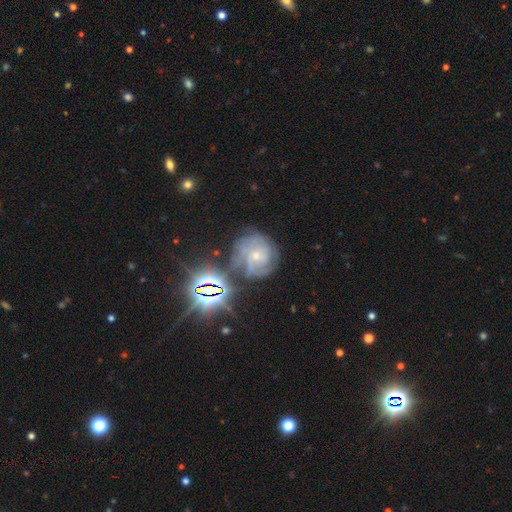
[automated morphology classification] This appears to be a featured or disk galaxy (68%) with no bar (74%), tight (56%) spiral arms (90%) and a small central bulge (67%). Merging: none (60%).